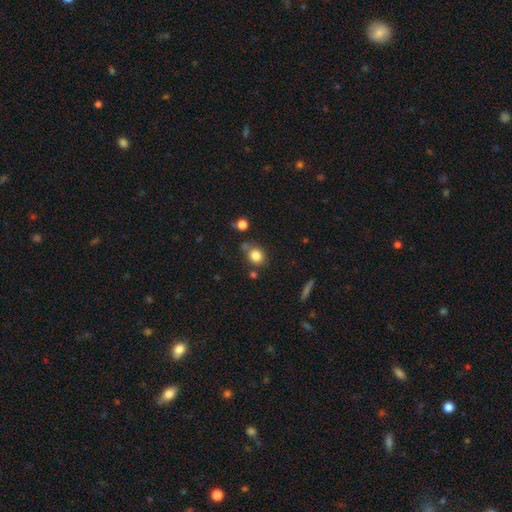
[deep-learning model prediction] Smooth or featured: smooth — 83% (star or artifact — 11%)
How rounded: round — 70% (in between — 29%)
Merging: none — 67% (minor disturbance — 15%)